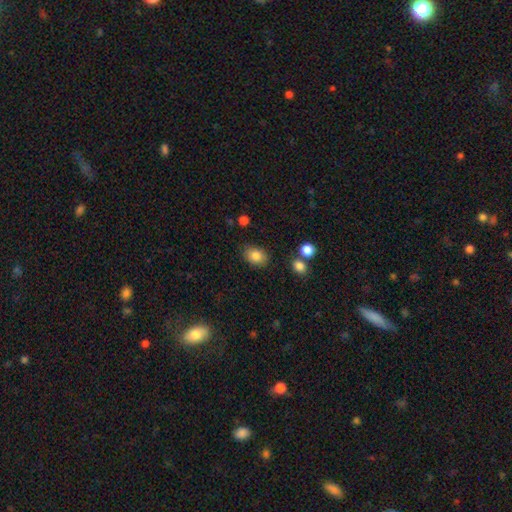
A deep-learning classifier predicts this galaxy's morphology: smooth-or-featured: smooth: 83% | star or artifact: 9% | featured or disk: 8%
  how-rounded: in between: 72% | round: 27% | cigar-shaped: 1%
  merging: none: 81% | minor disturbance: 12% | major disturbance: 3% | merger: 3%